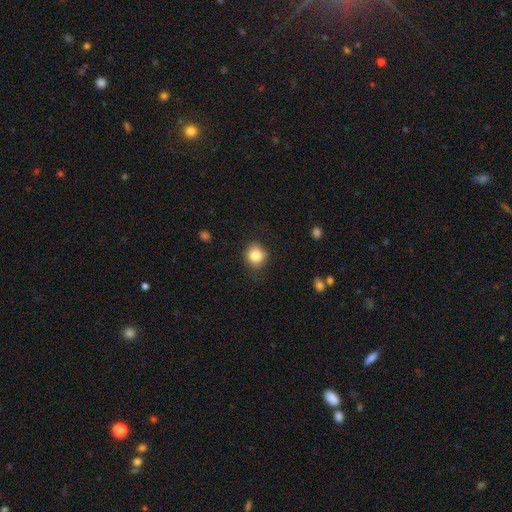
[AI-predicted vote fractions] Smooth or featured?
  - smooth: 84% *
  - star or artifact: 10%
  - featured or disk: 6%
How rounded?
  - round: 84% *
  - in between: 15%
  - cigar-shaped: 1%
Merging?
  - none: 77% *
  - minor disturbance: 17%
  - major disturbance: 4%
  - merger: 1%